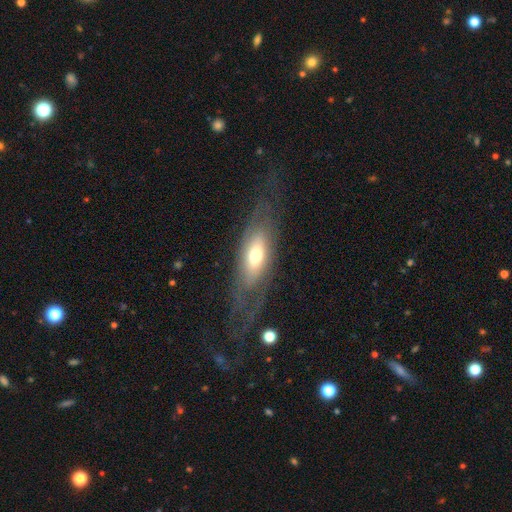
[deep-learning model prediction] This appears to be a featured or disk galaxy (50%). Merging: none (62%).